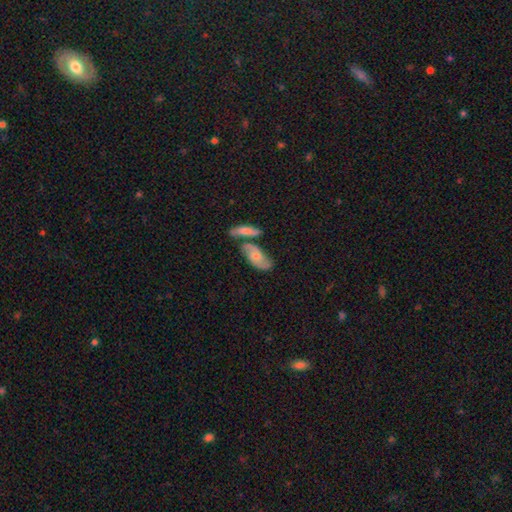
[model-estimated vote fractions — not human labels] Morphology: type=featured or disk (58%); edge-on=no (88%); bar=no (71%); spiral arms=yes (84%); bulge=small (48%); merging=none (46%).